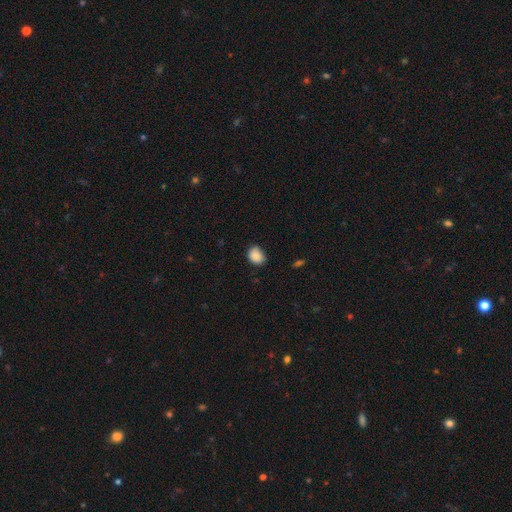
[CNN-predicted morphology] Smooth or featured? Predicted: smooth (p=0.88). How rounded? Predicted: in between (p=0.55). Merging? Predicted: none (p=0.71).